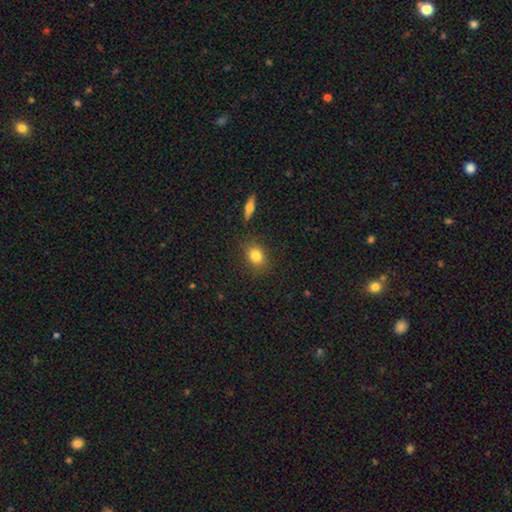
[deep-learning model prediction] Smooth or featured?
  - smooth: 82% *
  - star or artifact: 10%
  - featured or disk: 8%
How rounded?
  - round: 50% *
  - in between: 48%
  - cigar-shaped: 2%
Merging?
  - none: 84% *
  - minor disturbance: 10%
  - major disturbance: 3%
  - merger: 2%